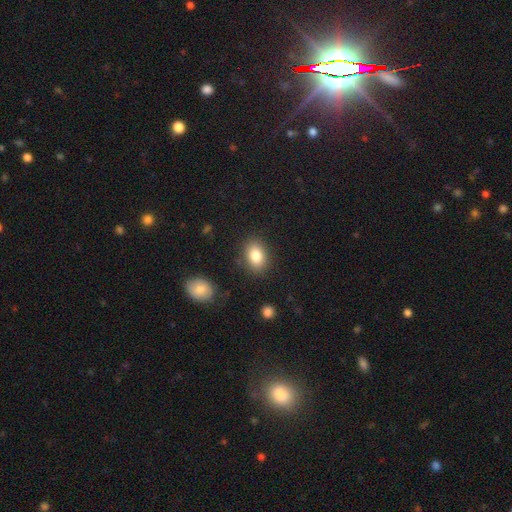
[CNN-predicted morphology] A smooth galaxy with no disk features (83%) that is in between round and cigar-shaped (78%).

Vote fractions:
- Smooth or featured? smooth: 83% / star or artifact: 9% / featured or disk: 8%
- How rounded? in between: 78% / round: 21% / cigar-shaped: 1%
- Merging? none: 85% / minor disturbance: 10% / major disturbance: 3% / merger: 2%